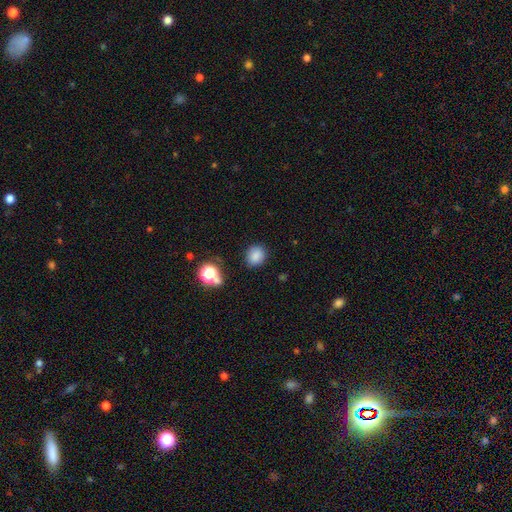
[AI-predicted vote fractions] A smooth galaxy with no disk features (81%) that is round (78%). Merging: none (84%).